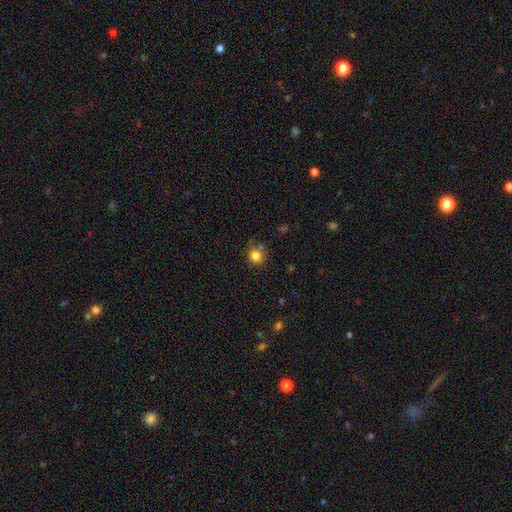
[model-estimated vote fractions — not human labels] smooth-or-featured: smooth: 82% | star or artifact: 12% | featured or disk: 7%
  how-rounded: round: 88% | in between: 11% | cigar-shaped: 1%
  merging: none: 68% | minor disturbance: 17% | merger: 10% | major disturbance: 5%